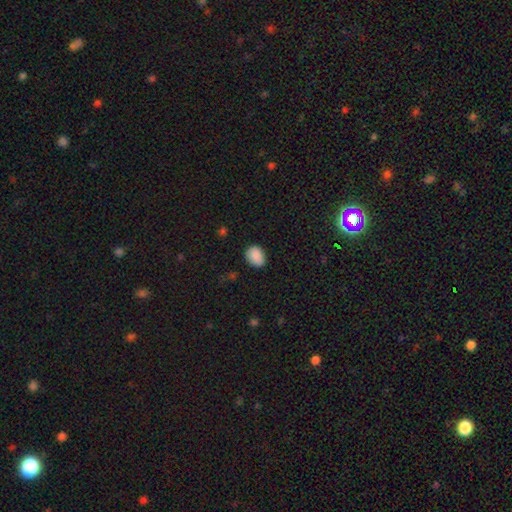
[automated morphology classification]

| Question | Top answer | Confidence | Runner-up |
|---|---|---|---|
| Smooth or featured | smooth | 89% | star or artifact (8%) |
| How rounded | in between | 66% | round (33%) |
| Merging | none | 81% | minor disturbance (15%) |